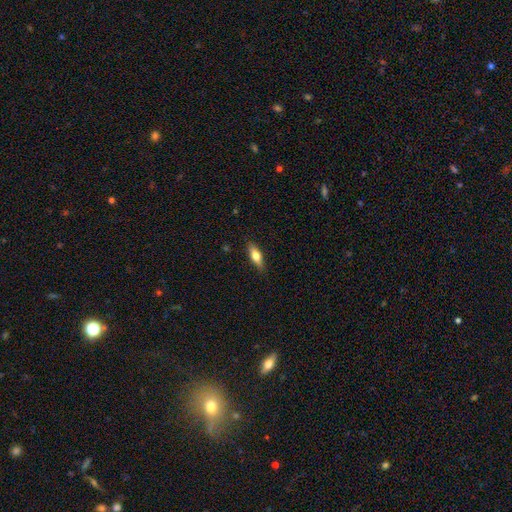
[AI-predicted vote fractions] Q: Smooth or featured?
A: smooth (66%); runner-up: featured or disk (27%)
Q: How rounded?
A: in between (57%); runner-up: cigar-shaped (40%)
Q: Merging?
A: none (85%); runner-up: minor disturbance (11%)